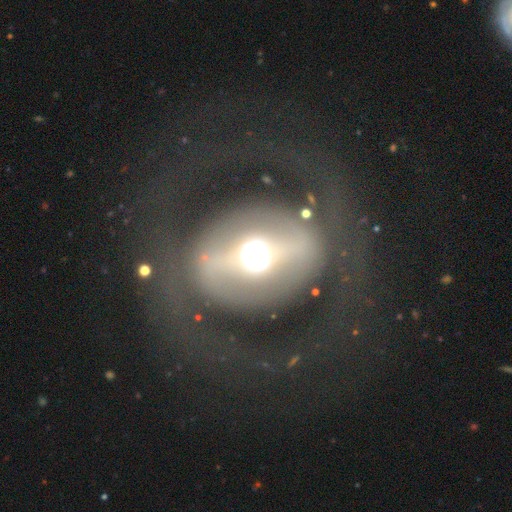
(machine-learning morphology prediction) Overall: featured or disk (70%). Edge-on disk: no (89%). Bar: strong (60%; weak 21%). Spiral arms: no (60%; yes 40%). Bulge size: moderate (47%; large 32%). Merging: none (62%; major disturbance 24%).